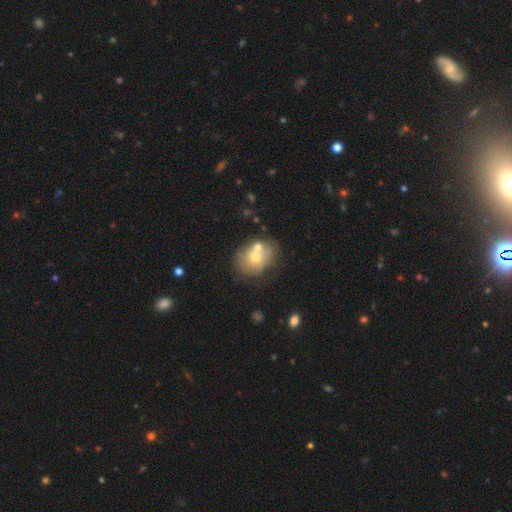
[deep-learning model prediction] A smooth galaxy with no disk features (61%) that is round (54%). Merging: none (45%).